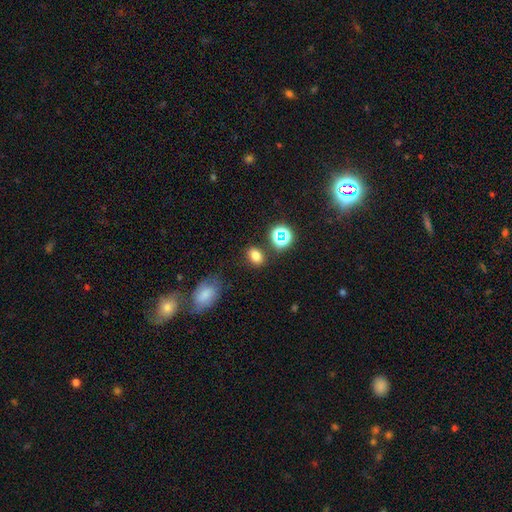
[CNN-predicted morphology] This appears to be a smooth galaxy with no disk features (78%) that is in between round and cigar-shaped (72%). Merging: none (79%).